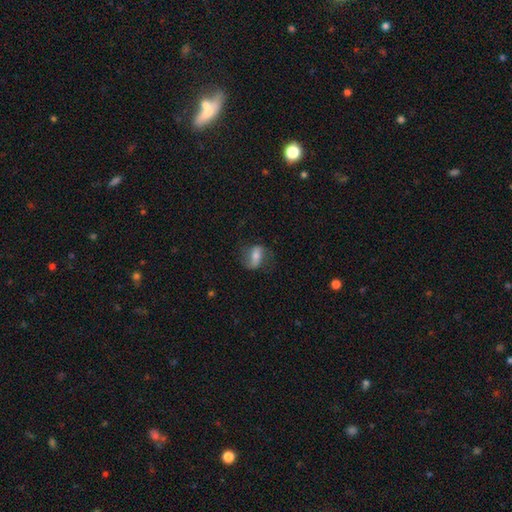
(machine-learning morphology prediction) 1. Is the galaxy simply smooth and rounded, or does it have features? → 48% featured or disk, 44% smooth, 8% star or artifact.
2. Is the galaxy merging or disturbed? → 66% none, 20% minor disturbance, 13% major disturbance, 1% merger.